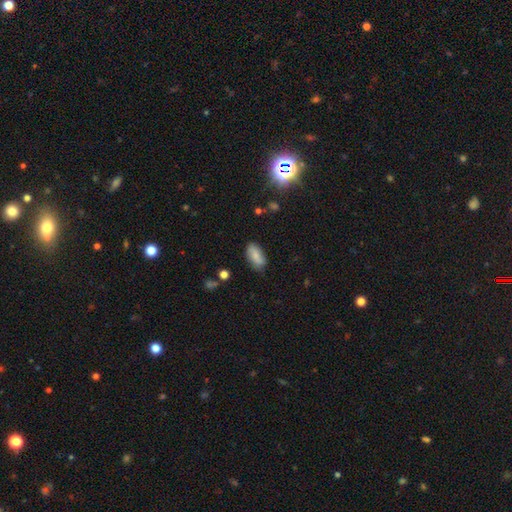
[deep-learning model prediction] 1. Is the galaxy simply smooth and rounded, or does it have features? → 78% smooth, 14% featured or disk, 7% star or artifact.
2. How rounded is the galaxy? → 91% in between, 5% cigar-shaped, 4% round.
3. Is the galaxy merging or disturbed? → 72% none, 21% minor disturbance, 4% major disturbance, 2% merger.